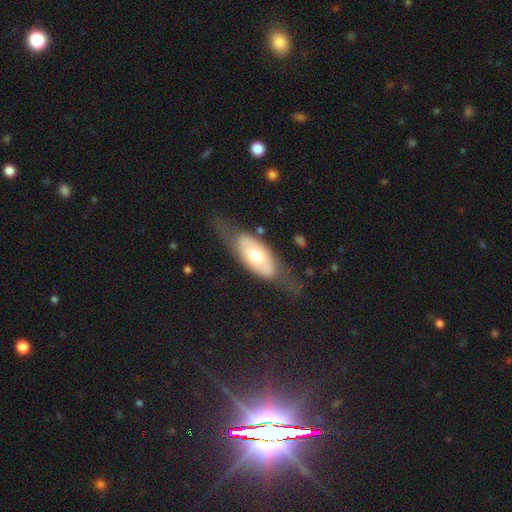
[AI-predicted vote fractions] Smooth or featured: smooth — 48% (featured or disk — 46%)
Merging: none — 57% (minor disturbance — 22%)